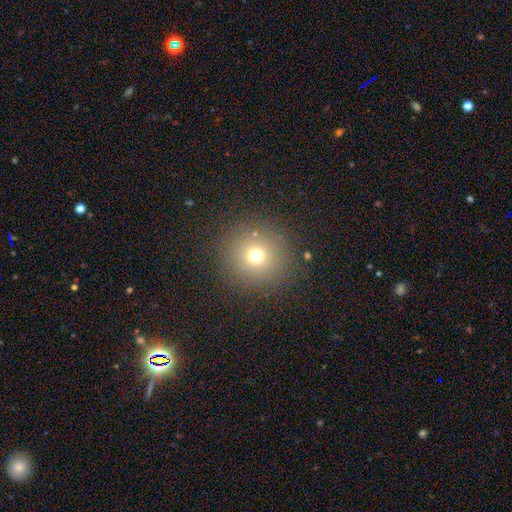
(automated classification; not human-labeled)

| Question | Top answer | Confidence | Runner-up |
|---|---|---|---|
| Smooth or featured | smooth | 68% | star or artifact (20%) |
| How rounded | round | 94% | in between (5%) |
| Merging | none | 88% | minor disturbance (7%) |